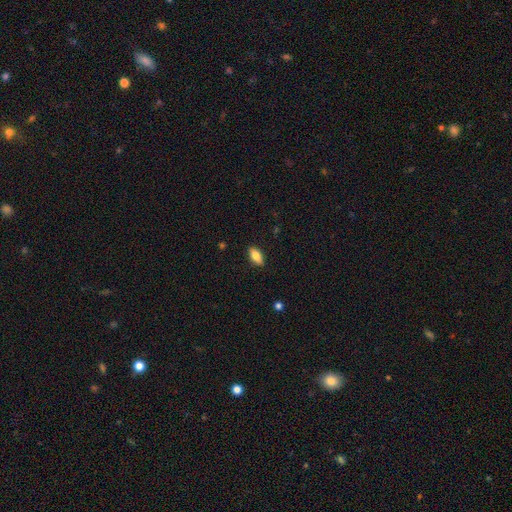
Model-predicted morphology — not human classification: smooth-or-featured: smooth: 81% | featured or disk: 12% | star or artifact: 7%
  how-rounded: in between: 88% | cigar-shaped: 9% | round: 3%
  merging: none: 88% | minor disturbance: 9% | major disturbance: 2% | merger: 1%